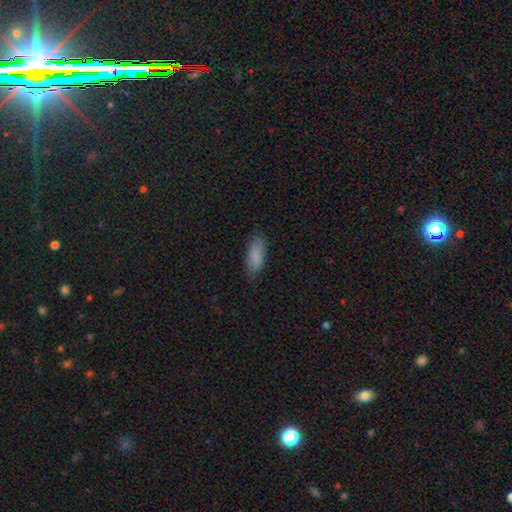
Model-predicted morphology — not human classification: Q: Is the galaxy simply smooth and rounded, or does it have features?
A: smooth — 87%.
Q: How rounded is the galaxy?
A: in between — 79%.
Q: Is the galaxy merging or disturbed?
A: none — 79%.